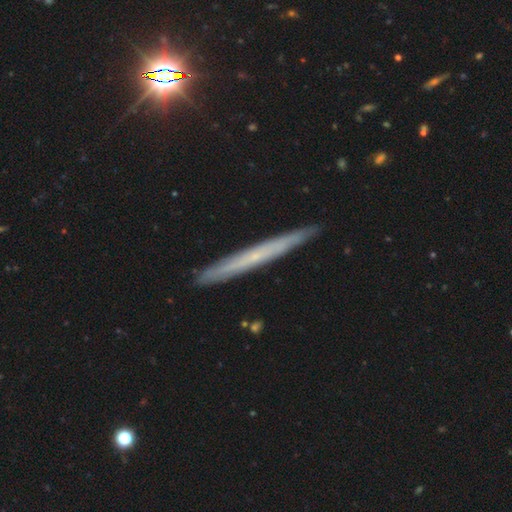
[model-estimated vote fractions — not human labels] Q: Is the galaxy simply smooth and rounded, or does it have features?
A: featured or disk — 56%.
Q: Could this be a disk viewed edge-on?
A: yes — 94%.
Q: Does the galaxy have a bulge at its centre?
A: none — 80%.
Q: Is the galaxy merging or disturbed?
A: none — 90%.